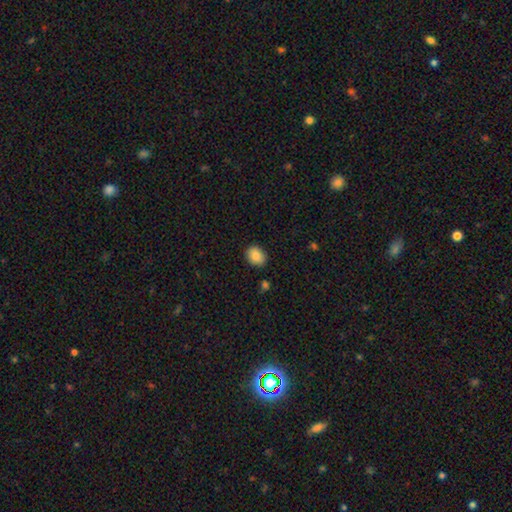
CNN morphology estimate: smooth-or-featured: smooth: 87% | star or artifact: 8% | featured or disk: 4%
  how-rounded: in between: 55% | round: 44% | cigar-shaped: 1%
  merging: none: 86% | minor disturbance: 10% | major disturbance: 2% | merger: 2%